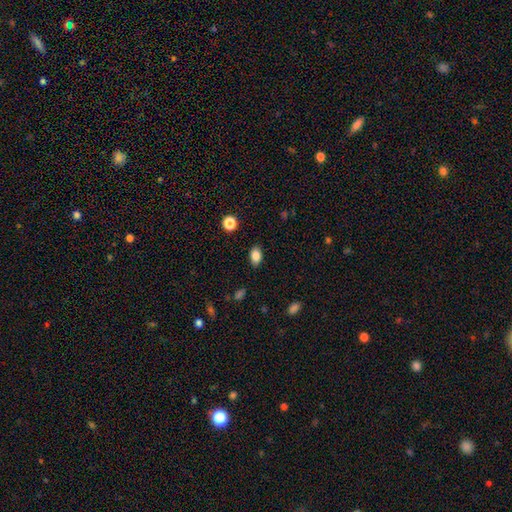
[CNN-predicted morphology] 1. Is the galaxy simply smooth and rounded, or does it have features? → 85% smooth, 9% star or artifact, 5% featured or disk.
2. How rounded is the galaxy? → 85% in between, 13% round, 2% cigar-shaped.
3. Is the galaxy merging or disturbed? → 86% none, 10% minor disturbance, 3% major disturbance, 1% merger.